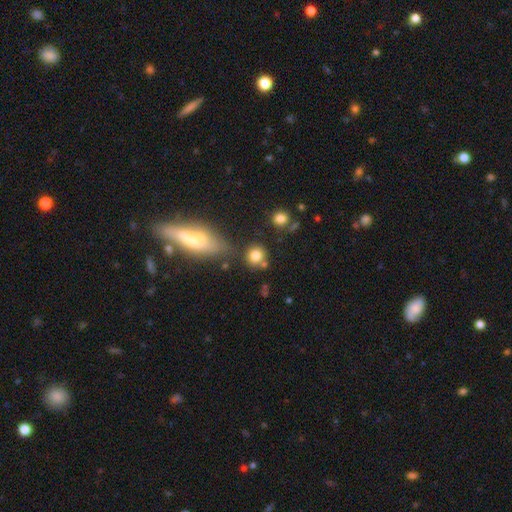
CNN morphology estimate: Smooth or featured: smooth — 80% (star or artifact — 11%)
How rounded: round — 82% (in between — 16%)
Merging: none — 69% (merger — 14%)